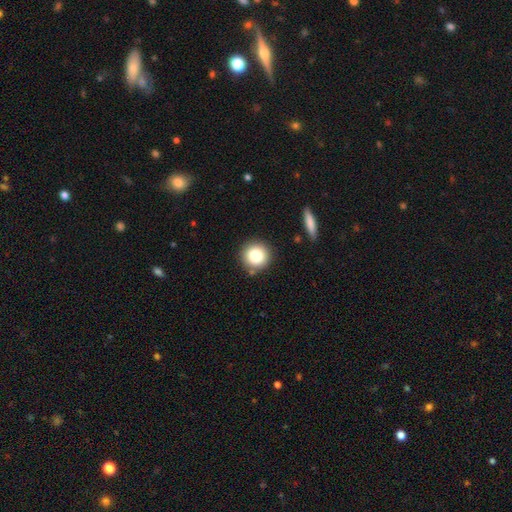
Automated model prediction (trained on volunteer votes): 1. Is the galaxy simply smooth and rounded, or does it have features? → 83% smooth, 10% star or artifact, 7% featured or disk.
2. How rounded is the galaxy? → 93% round, 6% in between, 1% cigar-shaped.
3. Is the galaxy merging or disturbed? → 85% none, 9% minor disturbance, 4% merger, 2% major disturbance.